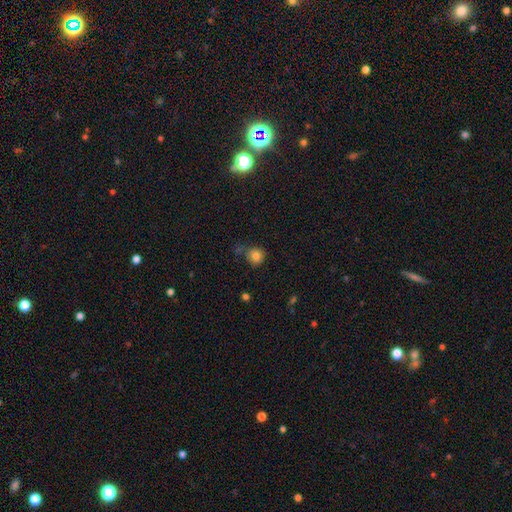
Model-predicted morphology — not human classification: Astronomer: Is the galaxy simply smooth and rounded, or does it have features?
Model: smooth — 81%.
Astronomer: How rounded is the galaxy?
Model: round — 87%.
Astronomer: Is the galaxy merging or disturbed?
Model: none — 64%.